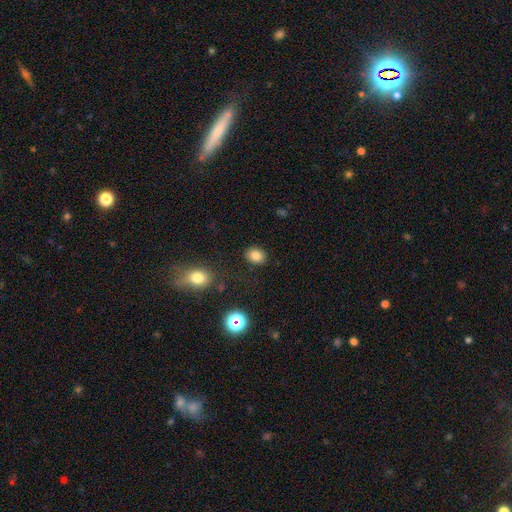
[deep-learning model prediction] A smooth galaxy with no disk features (82%) that is in between round and cigar-shaped (56%).

Vote fractions:
- Smooth or featured? smooth: 82% / star or artifact: 12% / featured or disk: 6%
- How rounded? in between: 56% / round: 43% / cigar-shaped: 1%
- Merging? none: 87% / minor disturbance: 9% / major disturbance: 3% / merger: 2%